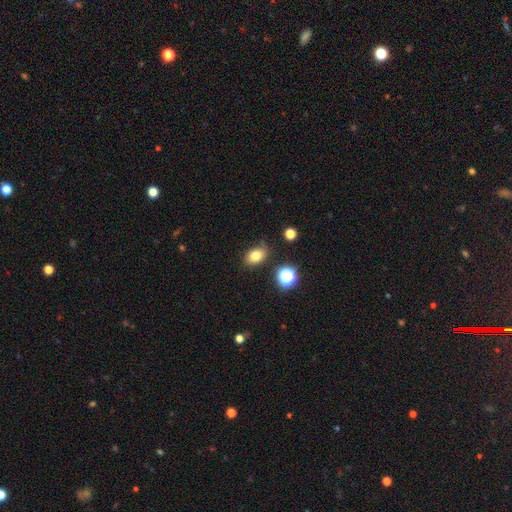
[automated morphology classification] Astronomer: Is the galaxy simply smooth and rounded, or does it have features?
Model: smooth — 77%.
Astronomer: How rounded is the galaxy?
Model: in between — 79%.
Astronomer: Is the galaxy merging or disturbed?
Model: none — 75%.